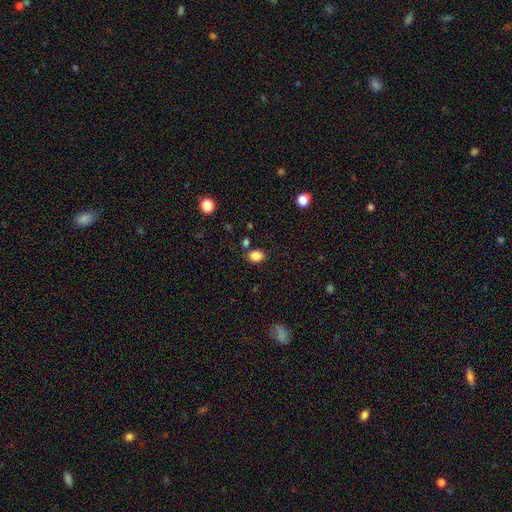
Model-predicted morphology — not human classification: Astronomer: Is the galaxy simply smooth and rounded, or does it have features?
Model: smooth — 86%.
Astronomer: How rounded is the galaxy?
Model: in between — 51% (runner-up: round, 49%).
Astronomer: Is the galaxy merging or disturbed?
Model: none — 80%.